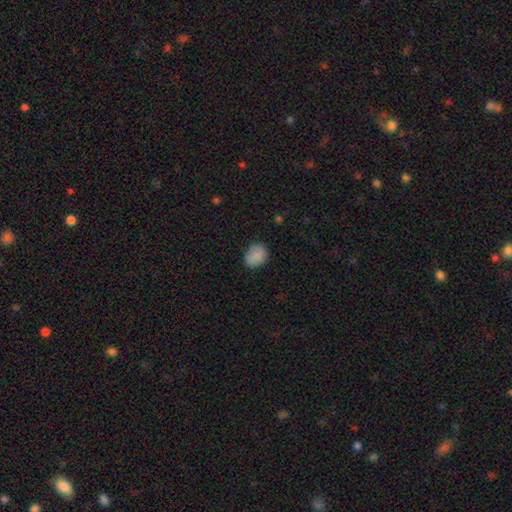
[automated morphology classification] This appears to be a smooth galaxy with no disk features (87%) that is in between round and cigar-shaped (63%). Merging: none (79%).